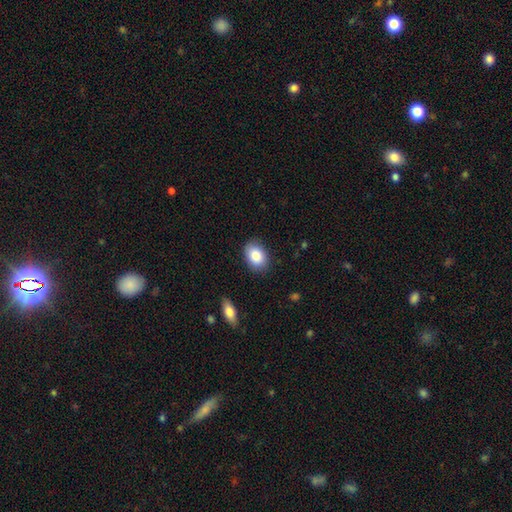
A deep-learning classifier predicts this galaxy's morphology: This is clearly a smooth galaxy (85%). How rounded: likely in between (77%). Merging: clearly none (85%).